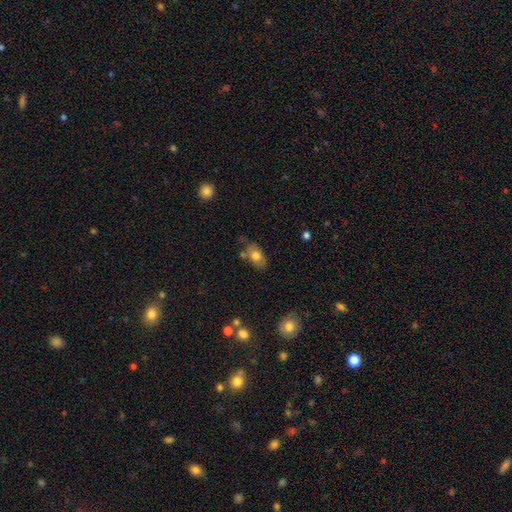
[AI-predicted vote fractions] Q: Smooth or featured?
A: smooth (72%); runner-up: featured or disk (20%)
Q: How rounded?
A: in between (85%); runner-up: round (13%)
Q: Merging?
A: none (61%); runner-up: minor disturbance (23%)